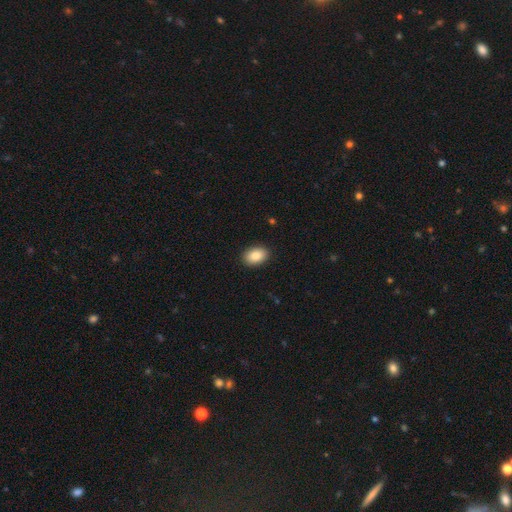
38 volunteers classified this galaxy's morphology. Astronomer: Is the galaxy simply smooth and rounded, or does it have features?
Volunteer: smooth — 84%.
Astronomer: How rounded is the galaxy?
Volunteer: in between — 84%.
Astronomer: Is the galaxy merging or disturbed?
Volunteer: none — 94%.